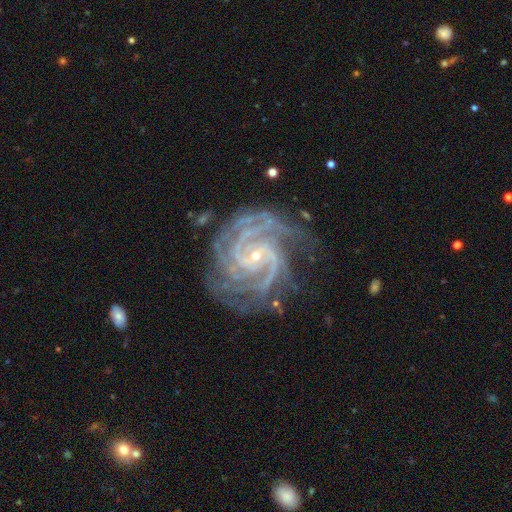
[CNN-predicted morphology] Smooth or featured?
  - featured or disk: 93% *
  - star or artifact: 5%
  - smooth: 2%
Edge-on disk?
  - no: 98% *
  - yes: 2%
Bar?
  - no: 58% *
  - weak: 29%
  - strong: 14%
Spiral arms?
  - yes: 99% *
  - no: 1%
Spiral winding?
  - tight: 72% *
  - medium: 25%
  - loose: 3%
Spiral arm count?
  - 4: 26% *
  - 3: 24%
  - 2: 17%
  - more than 4: 13%
  - can't tell: 12%
  - 1: 8%
Bulge size?
  - small: 86% *
  - moderate: 10%
  - none: 2%
  - large: 1%
  - dominant: 1%
Merging?
  - none: 72% *
  - minor disturbance: 19%
  - major disturbance: 8%
  - merger: 2%